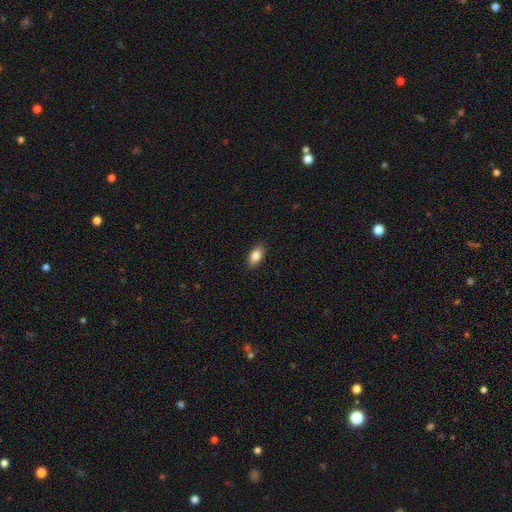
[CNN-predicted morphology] This appears to be a smooth galaxy with no disk features (85%) that is in between round and cigar-shaped (92%). Merging: none (89%).